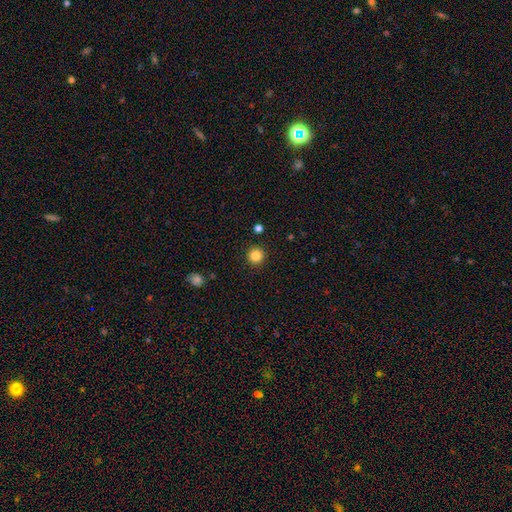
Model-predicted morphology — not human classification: Smooth or featured: smooth — 85% (star or artifact — 11%)
How rounded: round — 95% (in between — 4%)
Merging: none — 92% (minor disturbance — 5%)